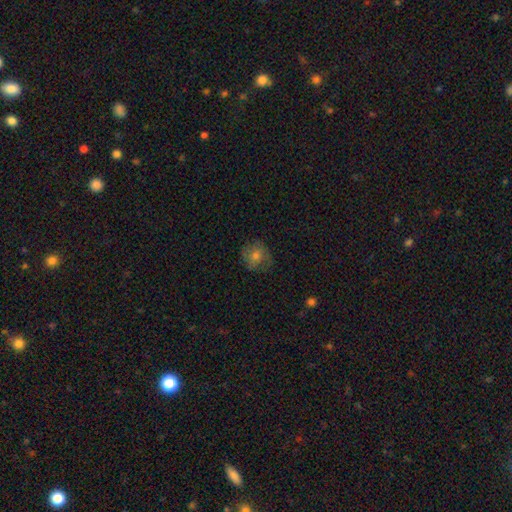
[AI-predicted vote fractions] Q: Smooth or featured?
A: smooth (61%); runner-up: featured or disk (27%)
Q: How rounded?
A: round (80%); runner-up: in between (19%)
Q: Merging?
A: none (72%); runner-up: minor disturbance (19%)